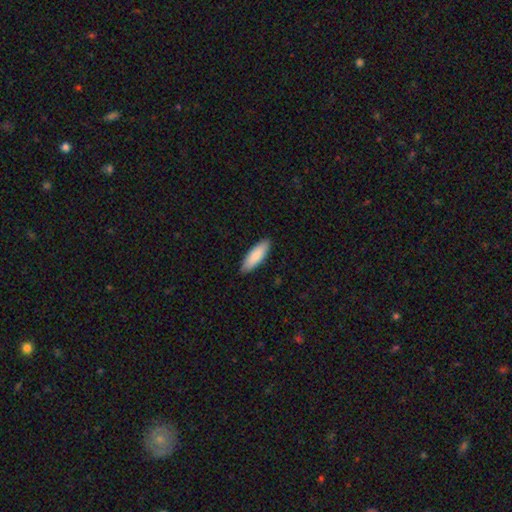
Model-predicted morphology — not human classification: A smooth galaxy with no disk features (84%) that is in between round and cigar-shaped (60%).

Vote fractions:
- Smooth or featured? smooth: 84% / featured or disk: 10% / star or artifact: 5%
- How rounded? in between: 60% / cigar-shaped: 39% / round: 2%
- Merging? none: 89% / minor disturbance: 9% / major disturbance: 1% / merger: 1%